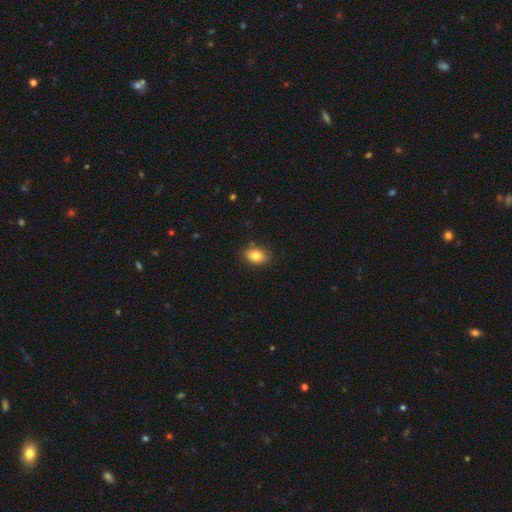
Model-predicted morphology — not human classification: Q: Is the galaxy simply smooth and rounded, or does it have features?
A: smooth — 83%.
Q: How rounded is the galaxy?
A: in between — 75%.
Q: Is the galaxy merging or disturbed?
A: none — 88%.